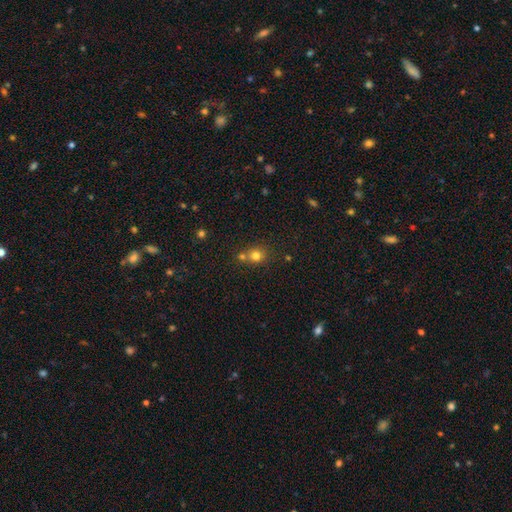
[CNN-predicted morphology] smooth-or-featured: smooth: 77% | star or artifact: 15% | featured or disk: 8%
  how-rounded: round: 83% | in between: 16% | cigar-shaped: 1%
  merging: none: 58% | merger: 31% | minor disturbance: 9% | major disturbance: 3%